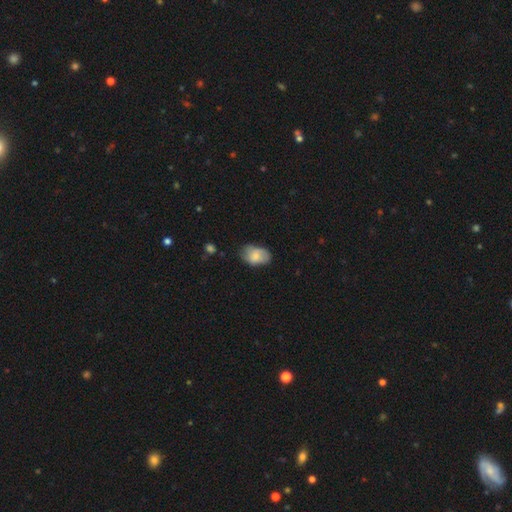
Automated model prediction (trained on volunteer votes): Smooth or featured? Predicted: smooth (p=0.76). How rounded? Predicted: in between (p=0.87). Merging? Predicted: none (p=0.59).